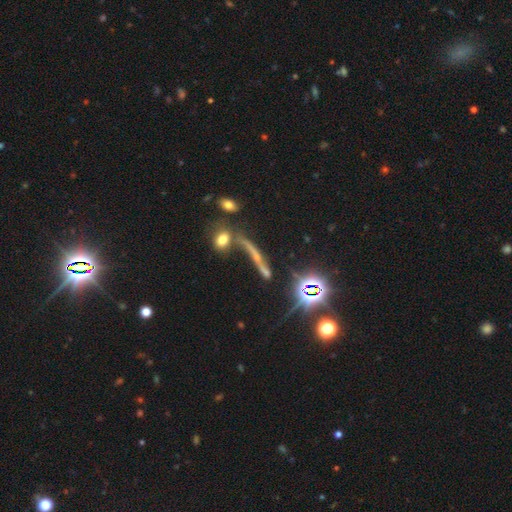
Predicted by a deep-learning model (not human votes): A featured or disk galaxy (43%).

Vote fractions:
- Smooth or featured? featured or disk: 43% / star or artifact: 31% / smooth: 26%
- Merging? none: 40% / merger: 26% / major disturbance: 17% / minor disturbance: 16%